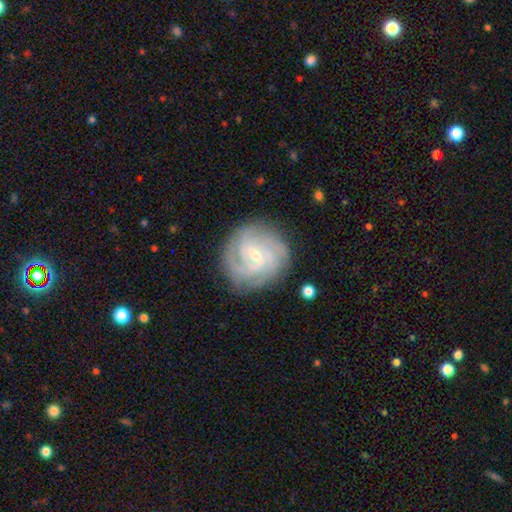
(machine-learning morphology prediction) smooth_or_featured: featured or disk (p=0.85) [alt: smooth p=0.09]
disk_edge_on: no (p=0.98) [alt: yes p=0.02]
bar: weak (p=0.51) [alt: no p=0.37]
has_spiral_arms: yes (p=0.96) [alt: no p=0.04]
spiral_winding: tight (p=0.71) [alt: medium p=0.24]
spiral_arm_count: 3 (p=0.28) [alt: 4 p=0.24]
bulge_size: small (p=0.64) [alt: moderate p=0.33]
merging: none (p=0.82) [alt: minor disturbance p=0.13]